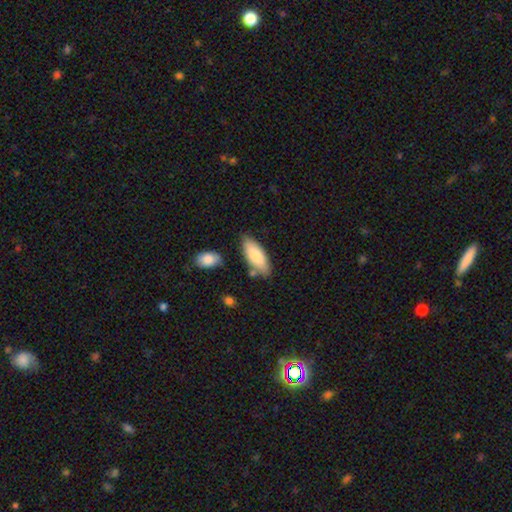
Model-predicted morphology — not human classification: smooth_or_featured: smooth (p=0.84) [alt: featured or disk p=0.11]
how_rounded: in between (p=0.76) [alt: cigar-shaped p=0.22]
merging: none (p=0.74) [alt: minor disturbance p=0.16]